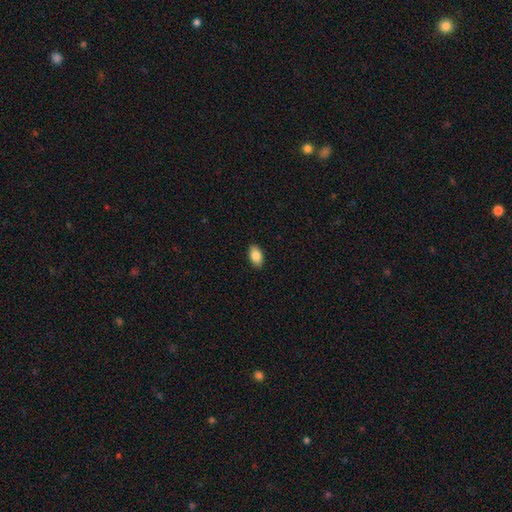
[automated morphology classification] A smooth galaxy with no disk features (85%) that is in between round and cigar-shaped (92%).

Vote fractions:
- Smooth or featured? smooth: 85% / featured or disk: 8% / star or artifact: 7%
- How rounded? in between: 92% / round: 6% / cigar-shaped: 2%
- Merging? none: 90% / minor disturbance: 7% / major disturbance: 2% / merger: 1%